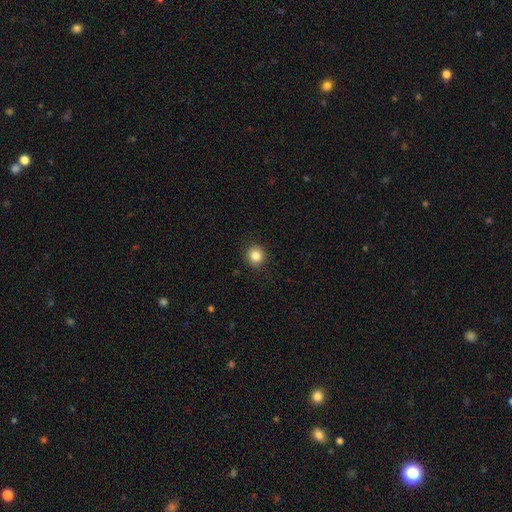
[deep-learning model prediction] smooth-or-featured: smooth: 84% | star or artifact: 11% | featured or disk: 5%
  how-rounded: round: 92% | in between: 7% | cigar-shaped: 1%
  merging: none: 92% | minor disturbance: 5% | major disturbance: 2% | merger: 1%